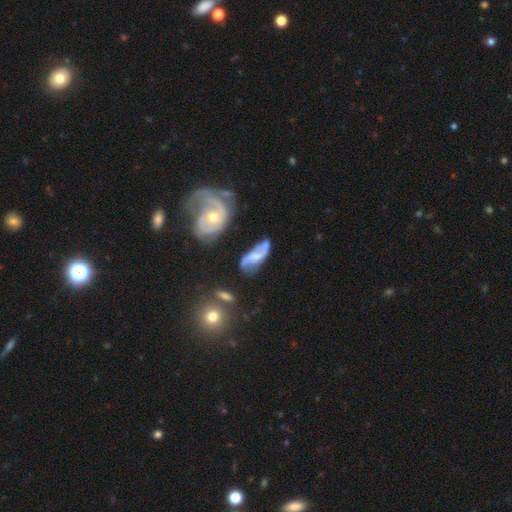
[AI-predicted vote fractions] The model was most divided on "bulge size": moderate: 38%, small: 36%, none: 19%, large: 6%, dominant: 2%. Remaining: edge-on disk — no (93%); spiral arms — yes (90%); spiral arm count — 2 (86%); smooth or featured — featured or disk (74%); spiral winding — loose (60%); merging — none (53%); bar — weak (44%).